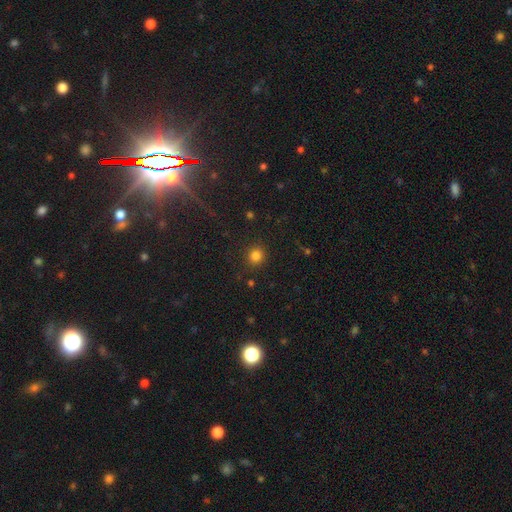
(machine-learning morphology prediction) smooth_or_featured: smooth (p=0.82) [alt: star or artifact p=0.13]
how_rounded: round (p=0.88) [alt: in between p=0.11]
merging: none (p=0.88) [alt: minor disturbance p=0.07]